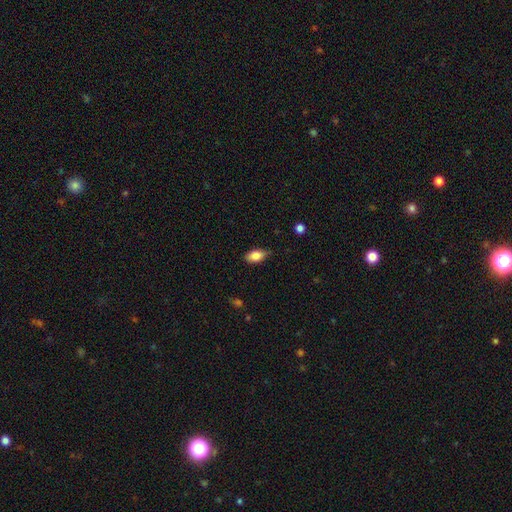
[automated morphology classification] Overall: smooth (84%). How rounded: in between (90%). Merging: none (73%).